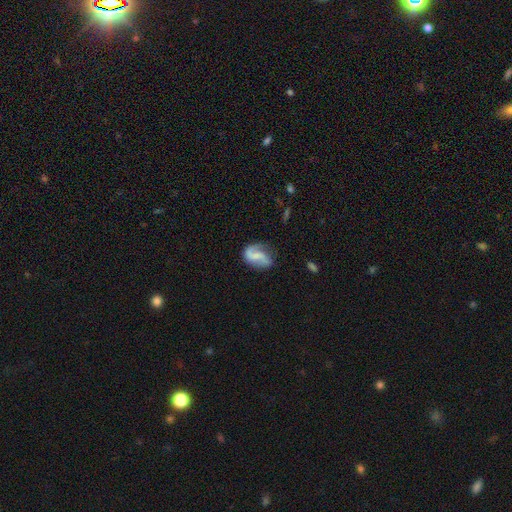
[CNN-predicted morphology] Overall: featured or disk (69%). Edge-on disk: no (97%). Bar: weak (42%; no 38%). Spiral arms: yes (91%). Spiral arm count: 2 (77%). Spiral winding: loose (58%; medium 32%). Bulge size: none (46%; small 30%). Merging: none (57%; minor disturbance 25%).